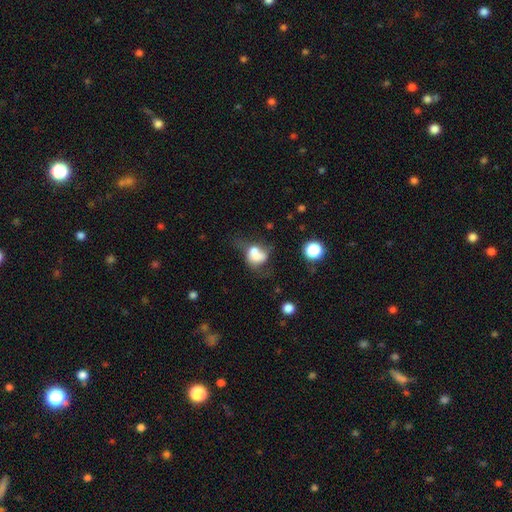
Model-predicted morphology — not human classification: Overall: smooth (62%; featured or disk 26%). How rounded: in between (55%; round 43%). Merging: merger (37%; major disturbance 26%).